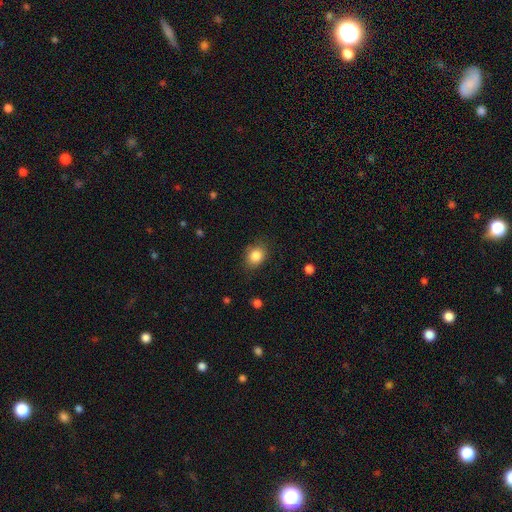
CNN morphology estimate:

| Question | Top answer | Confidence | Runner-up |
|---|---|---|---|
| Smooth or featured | smooth | 85% | star or artifact (9%) |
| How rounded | in between | 52% | round (47%) |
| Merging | none | 80% | minor disturbance (15%) |